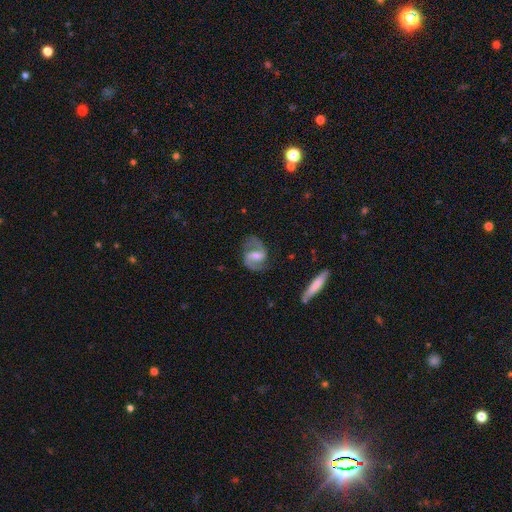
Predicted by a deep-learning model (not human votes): The model was most divided on "bar": weak: 47%, strong: 37%, no: 16%. More confident: edge-on disk — no (97%); spiral arms — yes (94%); spiral arm count — 2 (92%); smooth or featured — featured or disk (85%); merging — none (76%); bulge size — moderate (55%); spiral winding — medium (52%).